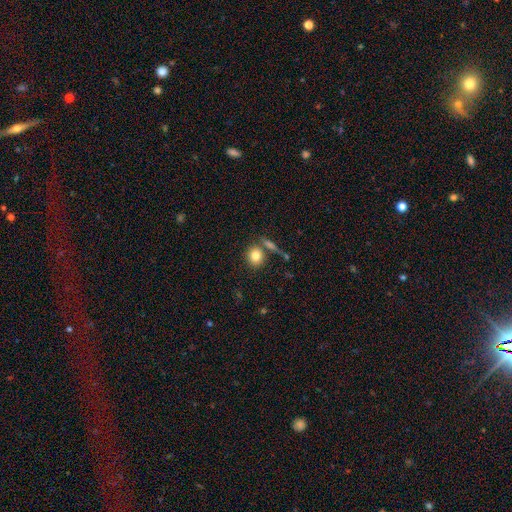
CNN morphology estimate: Q: Smooth or featured?
A: smooth (81%); runner-up: featured or disk (10%)
Q: How rounded?
A: round (72%); runner-up: in between (26%)
Q: Merging?
A: none (68%); runner-up: merger (18%)